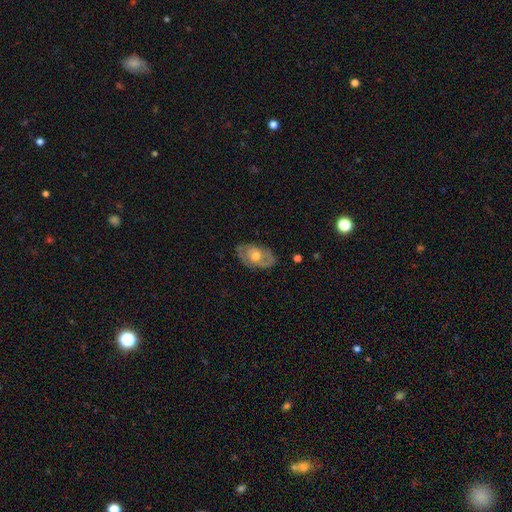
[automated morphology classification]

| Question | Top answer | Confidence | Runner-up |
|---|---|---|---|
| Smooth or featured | featured or disk | 67% | smooth (27%) |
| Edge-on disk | no | 93% | yes (7%) |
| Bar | no | 73% | weak (22%) |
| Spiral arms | yes | 70% | no (30%) |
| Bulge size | moderate | 68% | small (21%) |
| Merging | none | 76% | minor disturbance (17%) |